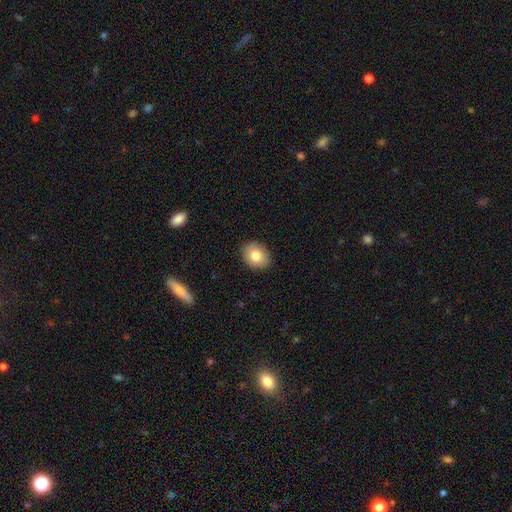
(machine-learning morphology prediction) This is clearly a smooth galaxy (82%). How rounded: possibly in between (54%). Merging: clearly none (89%).